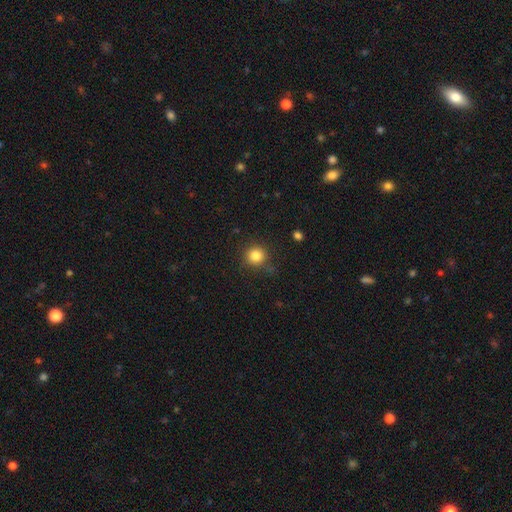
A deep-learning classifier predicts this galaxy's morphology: smooth-or-featured: smooth: 83% | star or artifact: 12% | featured or disk: 5%
  how-rounded: round: 92% | in between: 7% | cigar-shaped: 1%
  merging: none: 83% | minor disturbance: 12% | major disturbance: 4% | merger: 2%